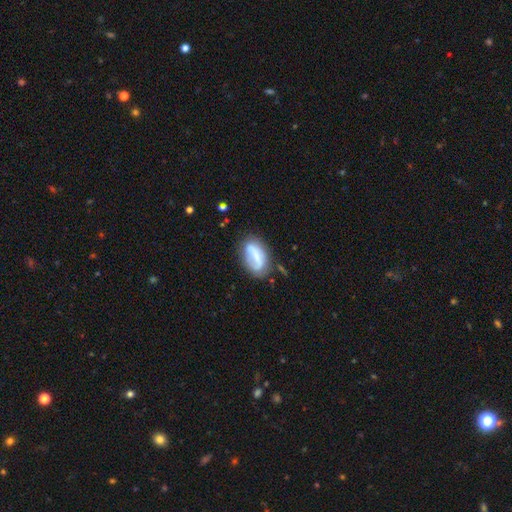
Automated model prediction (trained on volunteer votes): Smooth or featured? Predicted: smooth (p=0.58). How rounded? Predicted: in between (p=0.89). Merging? Predicted: none (p=0.56).